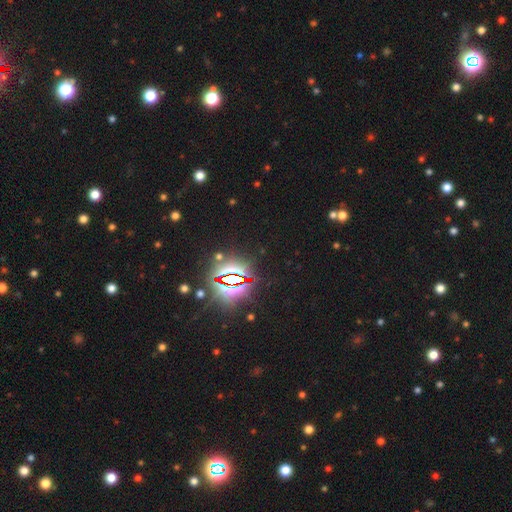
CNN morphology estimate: smooth-or-featured: star or artifact: 82% | smooth: 10% | featured or disk: 8%